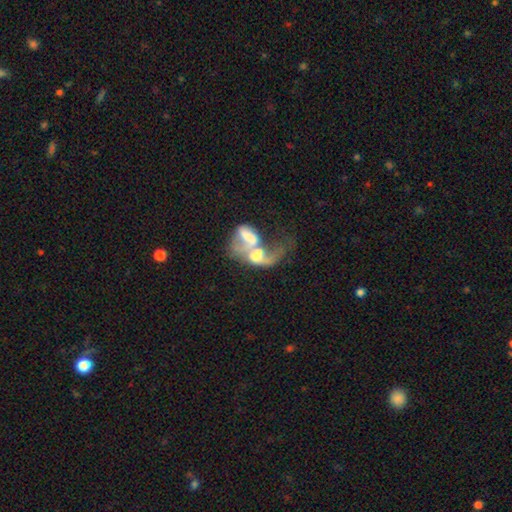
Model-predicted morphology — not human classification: Smooth or featured?
  - featured or disk: 59% *
  - smooth: 30%
  - star or artifact: 11%
Edge-on disk?
  - no: 96% *
  - yes: 4%
Bar?
  - no: 67% *
  - weak: 23%
  - strong: 10%
Spiral arms?
  - yes: 50% * (tied)
  - no: 50% * (tied)
Bulge size?
  - moderate: 33% *
  - large: 24%
  - none: 22%
  - small: 15%
  - dominant: 6%
Merging?
  - merger: 70% *
  - major disturbance: 18%
  - none: 7%
  - minor disturbance: 4%